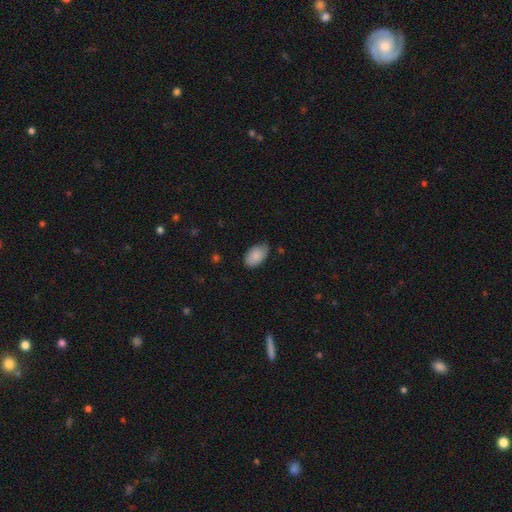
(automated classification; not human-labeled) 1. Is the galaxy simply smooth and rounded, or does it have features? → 88% smooth, 6% star or artifact, 6% featured or disk.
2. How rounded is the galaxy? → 94% in between, 5% round, 1% cigar-shaped.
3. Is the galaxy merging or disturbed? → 71% none, 24% minor disturbance, 3% major disturbance, 1% merger.